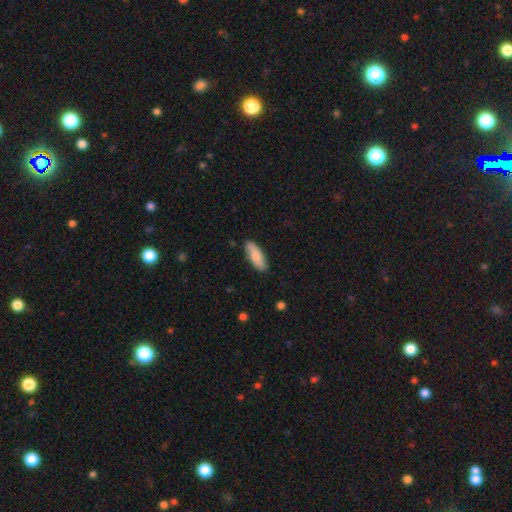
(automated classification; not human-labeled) Smooth or featured? smooth (83%)
How rounded? in between (66%)
Merging? none (86%)